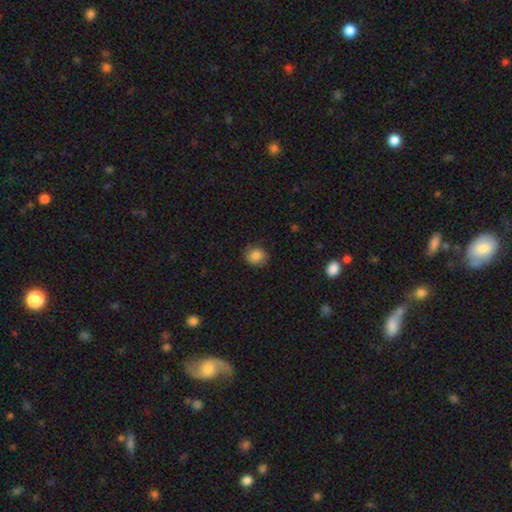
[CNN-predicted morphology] Smooth or featured? smooth (86%)
How rounded? round (75%)
Merging? none (84%)